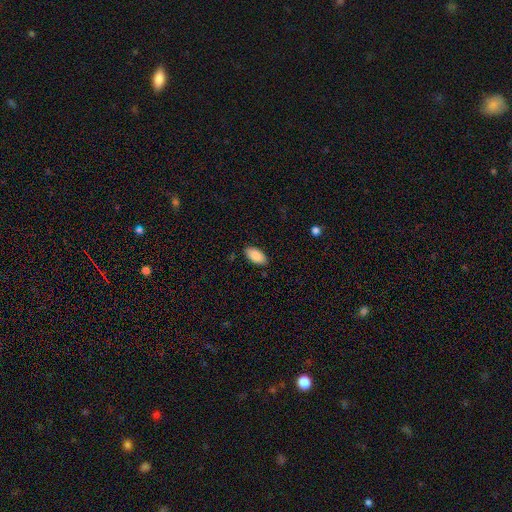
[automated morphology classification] Smooth or featured: smooth — 88% (star or artifact — 6%)
How rounded: in between — 94% (cigar-shaped — 3%)
Merging: none — 86% (minor disturbance — 10%)